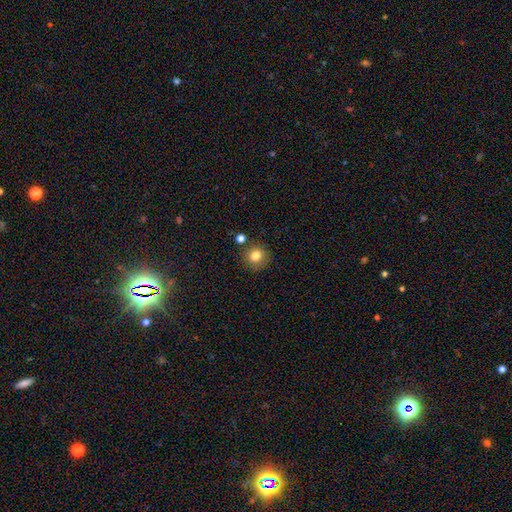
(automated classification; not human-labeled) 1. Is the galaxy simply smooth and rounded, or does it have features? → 81% smooth, 12% star or artifact, 8% featured or disk.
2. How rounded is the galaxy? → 90% round, 9% in between, 1% cigar-shaped.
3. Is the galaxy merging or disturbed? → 83% none, 9% minor disturbance, 6% merger, 3% major disturbance.